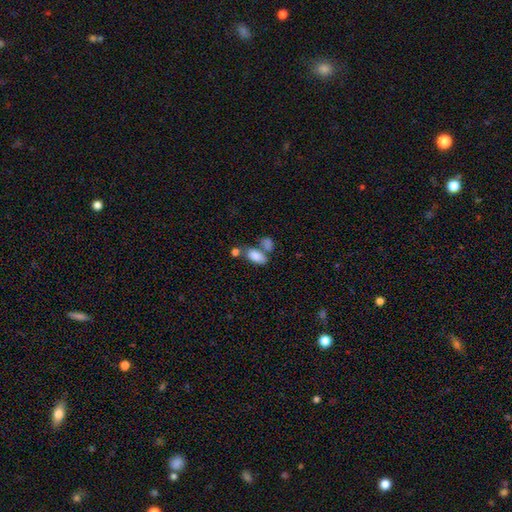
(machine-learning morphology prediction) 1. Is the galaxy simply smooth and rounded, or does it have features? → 81% smooth, 11% featured or disk, 8% star or artifact.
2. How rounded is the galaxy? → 92% in between, 5% round, 4% cigar-shaped.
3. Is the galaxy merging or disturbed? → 44% none, 37% merger, 13% minor disturbance, 6% major disturbance.